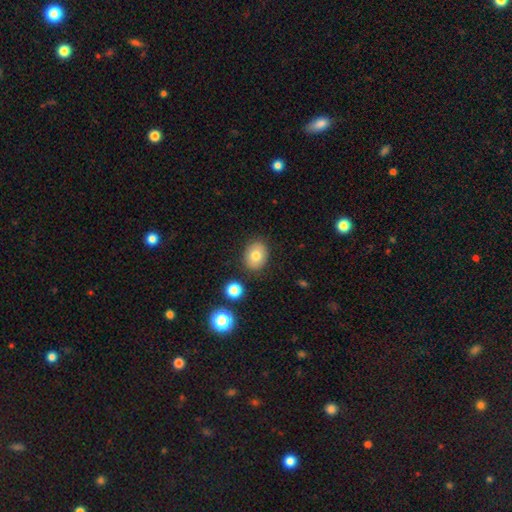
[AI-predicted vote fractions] This is likely a smooth galaxy (79%). How rounded: possibly in between (60%). Merging: clearly none (85%).